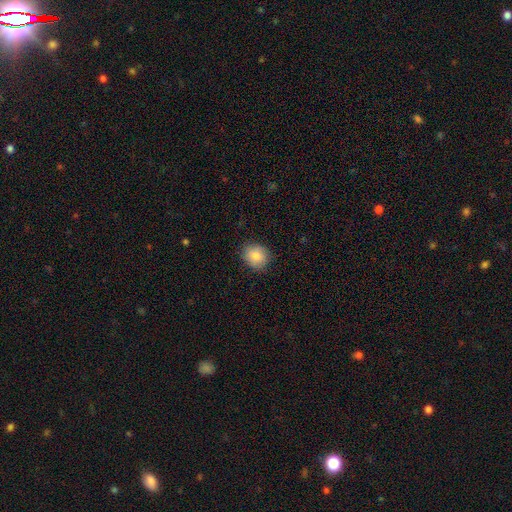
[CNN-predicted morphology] Q: Smooth or featured?
A: smooth (82%); runner-up: featured or disk (9%)
Q: How rounded?
A: round (76%); runner-up: in between (23%)
Q: Merging?
A: none (85%); runner-up: minor disturbance (12%)